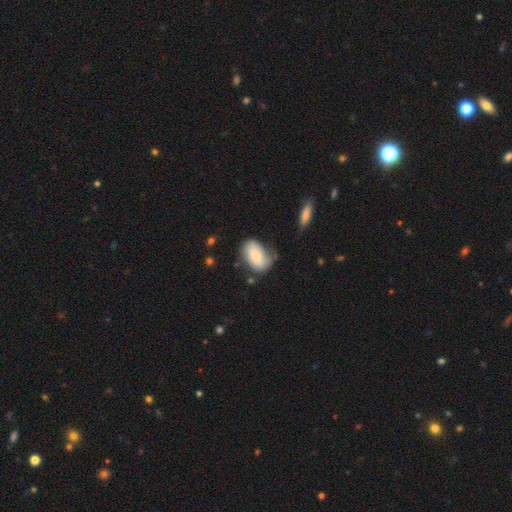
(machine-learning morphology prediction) A smooth galaxy with no disk features (75%) that is in between round and cigar-shaped (90%). Merging: none (54%).